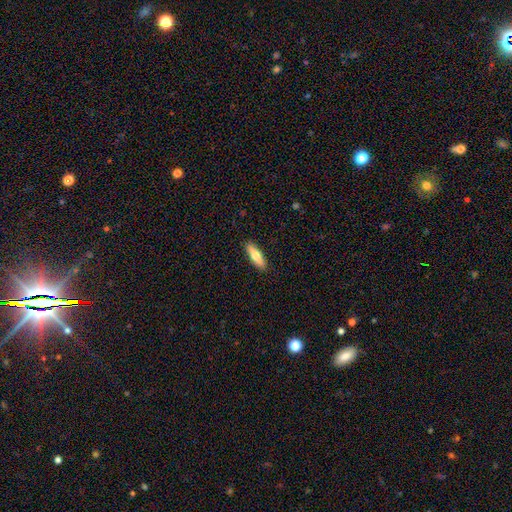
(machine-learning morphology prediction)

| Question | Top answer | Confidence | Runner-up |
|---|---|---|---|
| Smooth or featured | smooth | 68% | featured or disk (27%) |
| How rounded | cigar-shaped | 57% | in between (41%) |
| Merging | none | 90% | minor disturbance (7%) |